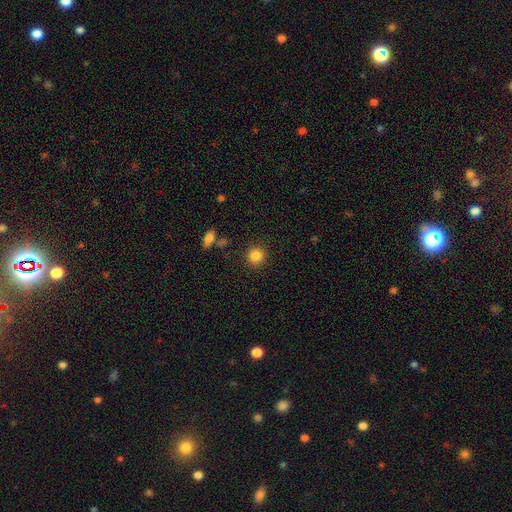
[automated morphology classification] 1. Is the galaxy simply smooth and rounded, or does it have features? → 85% smooth, 10% star or artifact, 4% featured or disk.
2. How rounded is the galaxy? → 92% round, 7% in between, 1% cigar-shaped.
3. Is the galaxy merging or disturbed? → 89% none, 6% minor disturbance, 3% major disturbance, 2% merger.